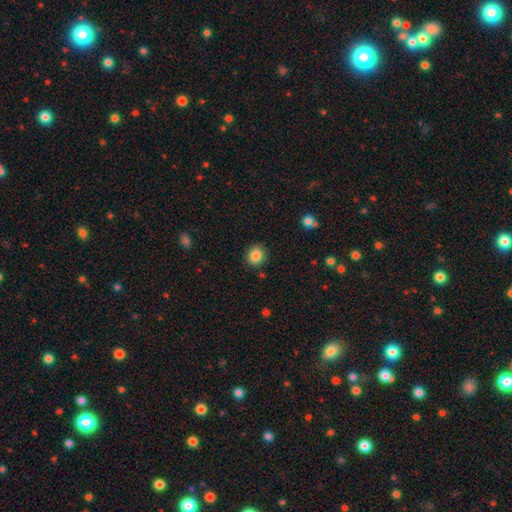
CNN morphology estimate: type=smooth (86%); roundness=round (74%); merging=none (89%).